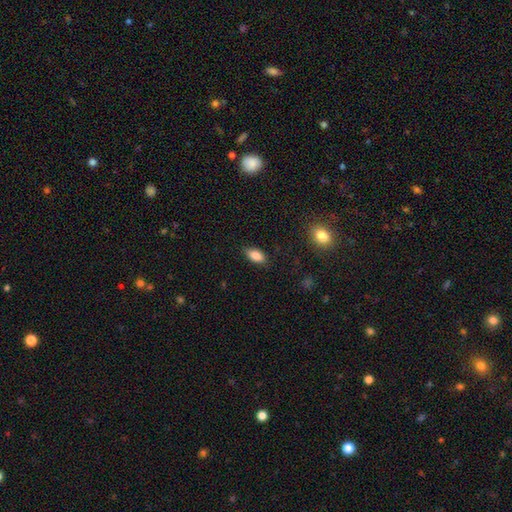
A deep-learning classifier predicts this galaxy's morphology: Q: Smooth or featured?
A: smooth (86%); runner-up: star or artifact (8%)
Q: How rounded?
A: in between (90%); runner-up: cigar-shaped (6%)
Q: Merging?
A: none (84%); runner-up: minor disturbance (12%)